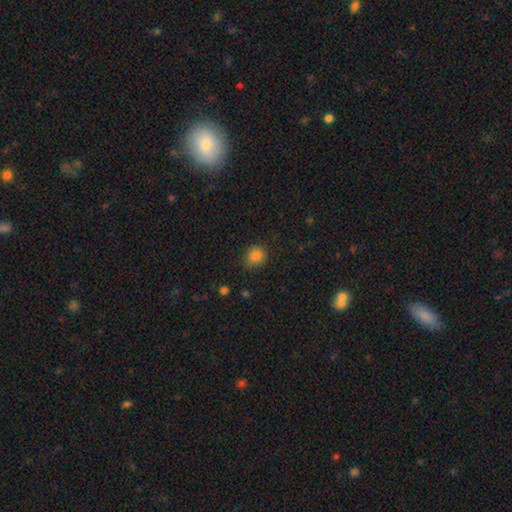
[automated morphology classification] A smooth galaxy with no disk features (84%) that is round (68%). Merging: none (78%).